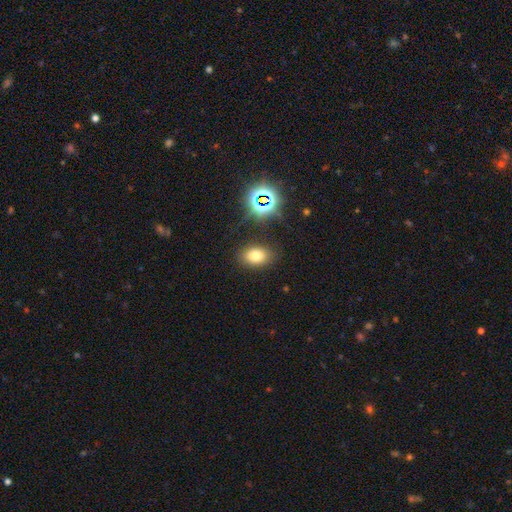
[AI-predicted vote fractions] smooth-or-featured: smooth: 72% | star or artifact: 19% | featured or disk: 10%
  how-rounded: in between: 80% | round: 18% | cigar-shaped: 1%
  merging: none: 85% | minor disturbance: 10% | major disturbance: 4% | merger: 2%